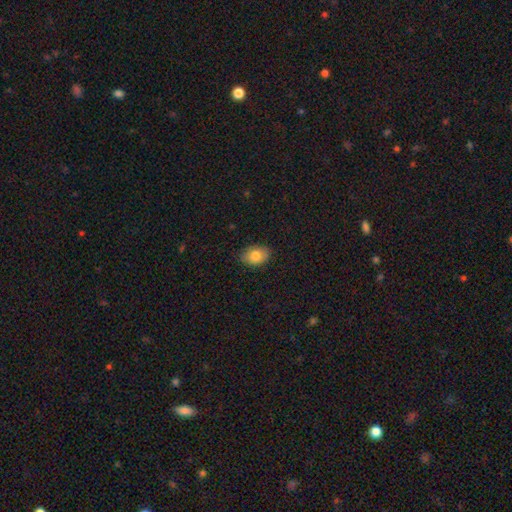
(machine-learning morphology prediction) Smooth or featured: smooth — 82% (featured or disk — 10%)
How rounded: in between — 84% (round — 15%)
Merging: none — 82% (minor disturbance — 15%)